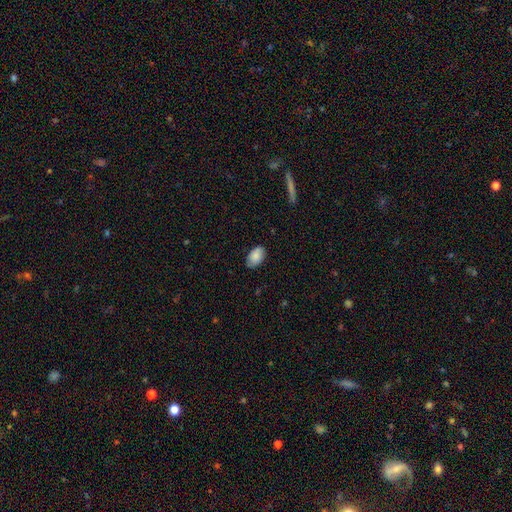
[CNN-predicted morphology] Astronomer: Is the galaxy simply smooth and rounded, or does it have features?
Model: smooth — 85%.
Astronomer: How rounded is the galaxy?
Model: in between — 93%.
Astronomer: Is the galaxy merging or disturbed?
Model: none — 83%.